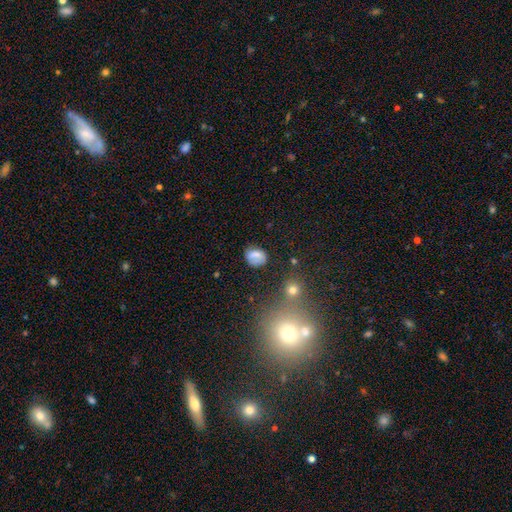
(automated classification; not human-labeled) smooth 70%, featured or disk 19%, star or artifact 11%. Down the decision tree: how rounded — in between (52%); merging — none (65%).